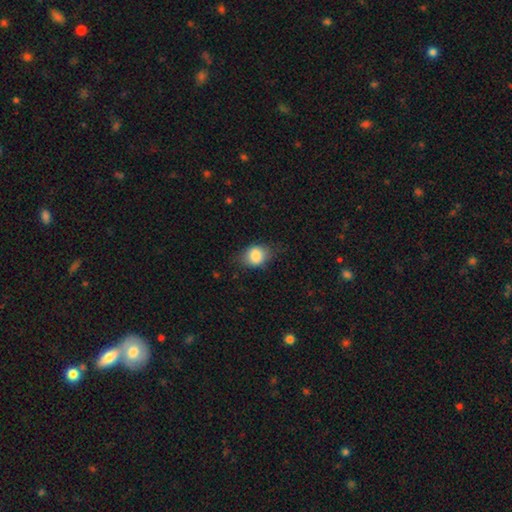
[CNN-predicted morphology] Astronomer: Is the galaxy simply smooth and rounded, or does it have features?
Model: smooth — 82%.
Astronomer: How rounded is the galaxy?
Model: in between — 52% (runner-up: round, 47%).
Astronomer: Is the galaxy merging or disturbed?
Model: none — 69%.